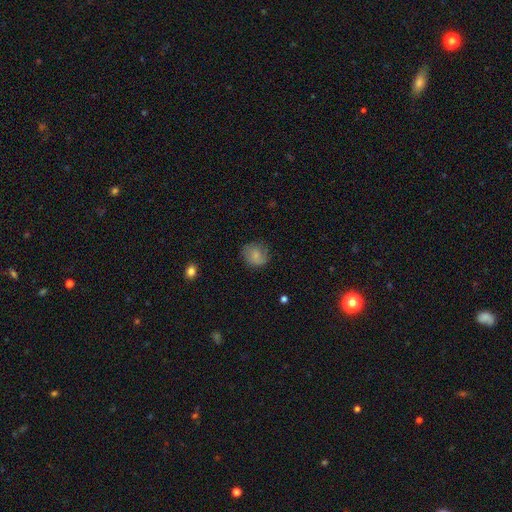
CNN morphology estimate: smooth_or_featured: smooth (p=0.70) [alt: featured or disk p=0.21]
how_rounded: round (p=0.69) [alt: in between p=0.30]
merging: none (p=0.70) [alt: minor disturbance p=0.22]